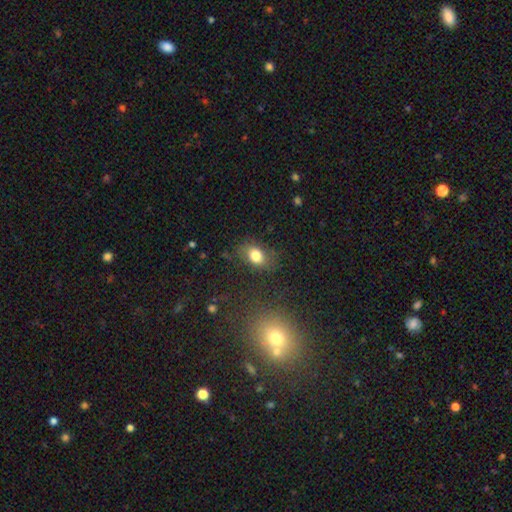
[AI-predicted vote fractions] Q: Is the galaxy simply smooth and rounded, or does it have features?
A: smooth — 78%.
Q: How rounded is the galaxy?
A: in between — 77%.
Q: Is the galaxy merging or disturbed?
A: none — 74%.